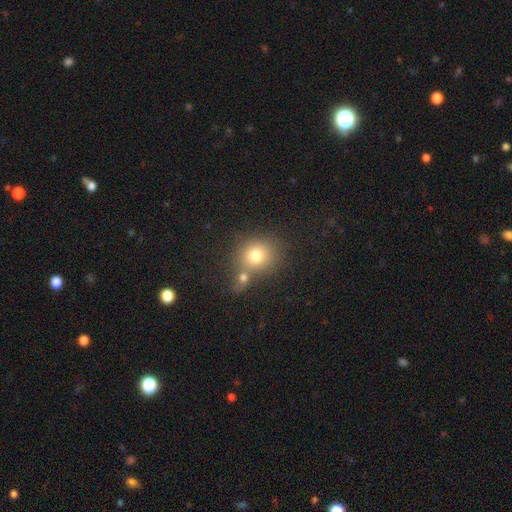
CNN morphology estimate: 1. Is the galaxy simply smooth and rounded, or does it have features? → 77% smooth, 12% star or artifact, 11% featured or disk.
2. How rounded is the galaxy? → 76% round, 23% in between, 1% cigar-shaped.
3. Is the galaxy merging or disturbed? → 52% none, 34% merger, 10% minor disturbance, 4% major disturbance.